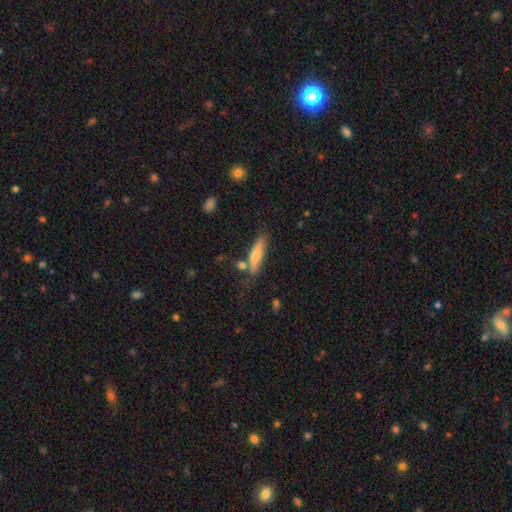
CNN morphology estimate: smooth_or_featured: smooth (p=0.66) [alt: featured or disk p=0.28]
how_rounded: cigar-shaped (p=0.72) [alt: in between p=0.25]
merging: none (p=0.63) [alt: minor disturbance p=0.19]